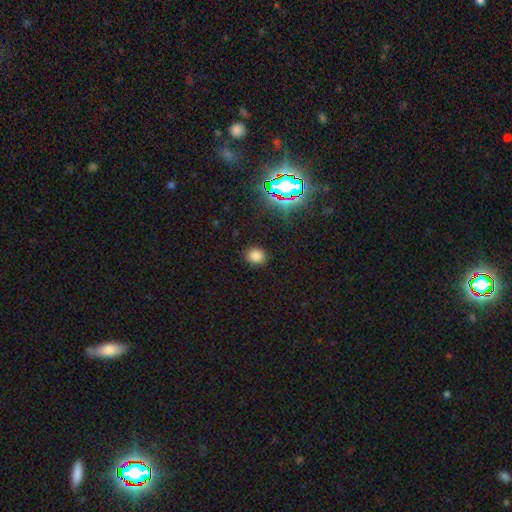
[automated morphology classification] Smooth or featured? smooth (79%)
How rounded? round (71%)
Merging? none (87%)